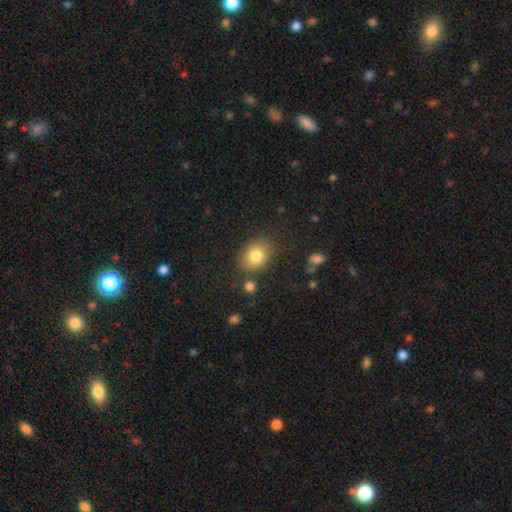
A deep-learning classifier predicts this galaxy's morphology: smooth 81%, featured or disk 10%, star or artifact 9%. Down the decision tree: how rounded — in between (59%); merging — none (78%).